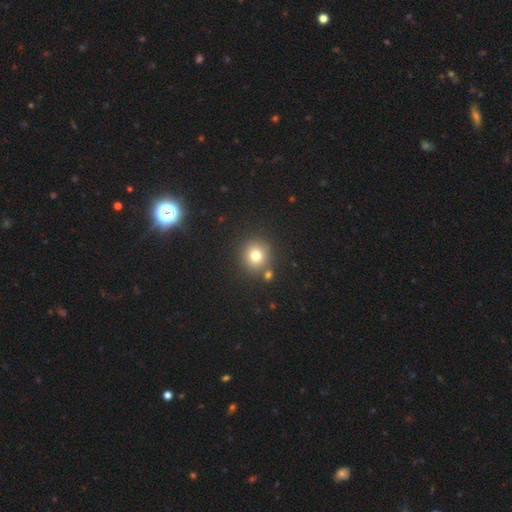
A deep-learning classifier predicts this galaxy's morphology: This is likely a smooth galaxy (77%). How rounded: clearly round (90%). Merging: clearly none (82%).